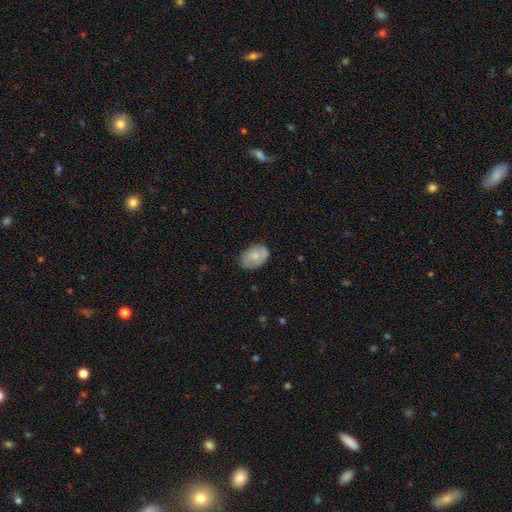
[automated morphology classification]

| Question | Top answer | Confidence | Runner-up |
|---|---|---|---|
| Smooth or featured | smooth | 63% | featured or disk (30%) |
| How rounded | in between | 78% | round (21%) |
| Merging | none | 73% | minor disturbance (21%) |